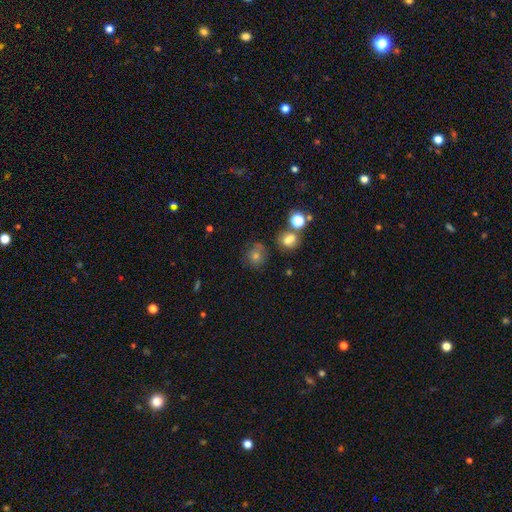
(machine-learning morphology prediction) This appears to be a smooth galaxy with no disk features (59%) that is round (85%). Merging: none (72%).